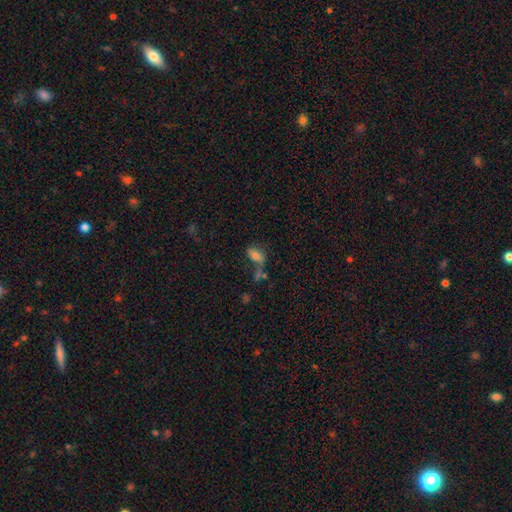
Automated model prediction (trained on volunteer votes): A smooth galaxy with no disk features (66%) that is in between round and cigar-shaped (87%).

Vote fractions:
- Smooth or featured? smooth: 66% / featured or disk: 21% / star or artifact: 13%
- How rounded? in between: 87% / round: 7% / cigar-shaped: 6%
- Merging? none: 39% / merger: 25% / minor disturbance: 19% / major disturbance: 18%